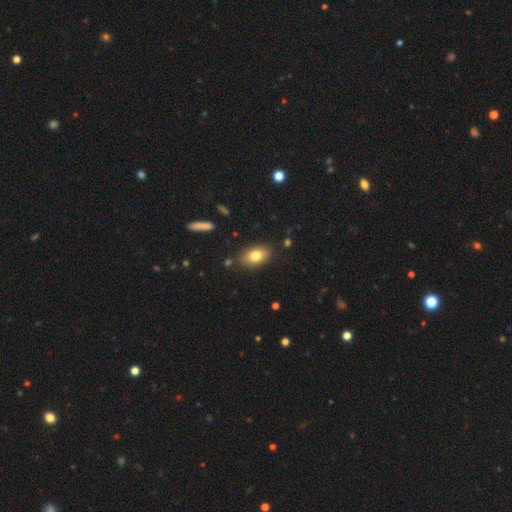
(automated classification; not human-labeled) The model was most divided on "smooth or featured": smooth: 79%, featured or disk: 13%, star or artifact: 9%. More confident: how rounded — in between (88%); merging — none (83%).